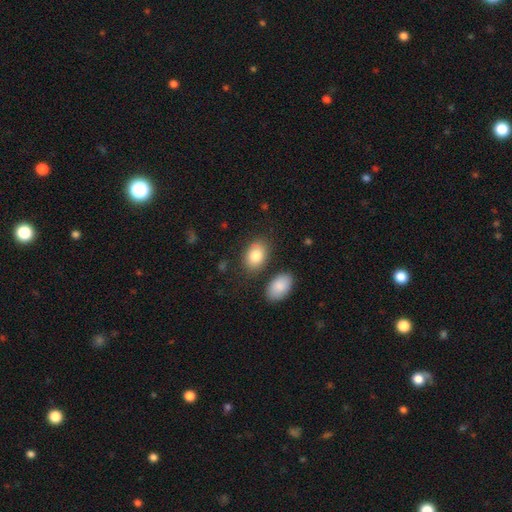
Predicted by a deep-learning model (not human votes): Smooth or featured? smooth (83%)
How rounded? in between (84%)
Merging? none (74%)